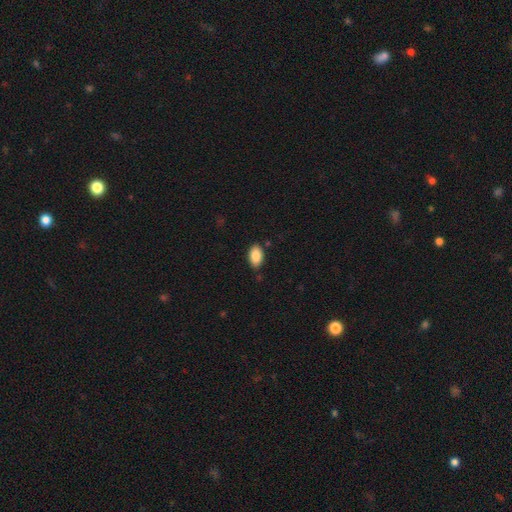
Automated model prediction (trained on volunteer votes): A smooth galaxy with no disk features (88%) that is in between round and cigar-shaped (93%).

Vote fractions:
- Smooth or featured? smooth: 88% / star or artifact: 7% / featured or disk: 5%
- How rounded? in between: 93% / round: 5% / cigar-shaped: 2%
- Merging? none: 84% / minor disturbance: 12% / major disturbance: 2% / merger: 2%